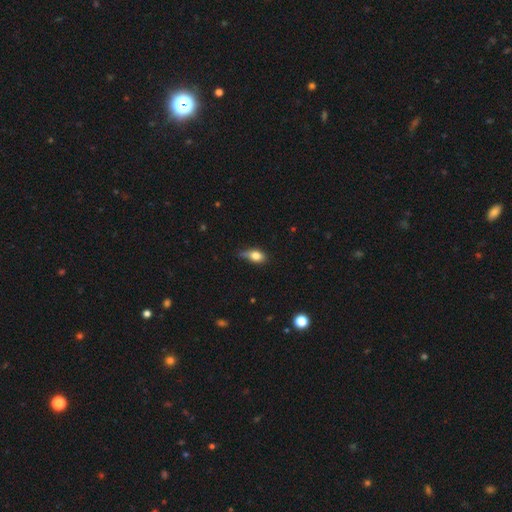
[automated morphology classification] Smooth or featured? Predicted: smooth (p=0.77). How rounded? Predicted: in between (p=0.78). Merging? Predicted: minor disturbance (p=0.43).